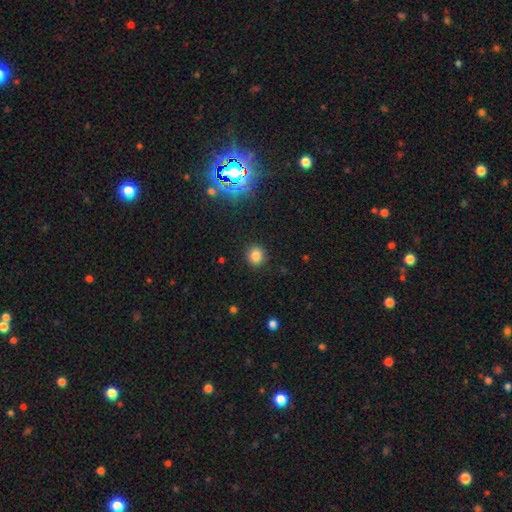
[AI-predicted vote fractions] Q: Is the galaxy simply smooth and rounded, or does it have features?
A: smooth — 81%.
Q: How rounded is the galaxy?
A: round — 83%.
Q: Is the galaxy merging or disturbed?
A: none — 91%.